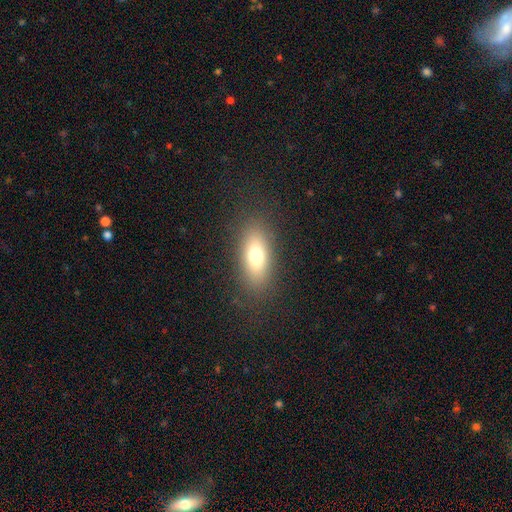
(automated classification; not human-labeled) Smooth or featured? Predicted: smooth (p=0.72). How rounded? Predicted: in between (p=0.76). Merging? Predicted: none (p=0.85).